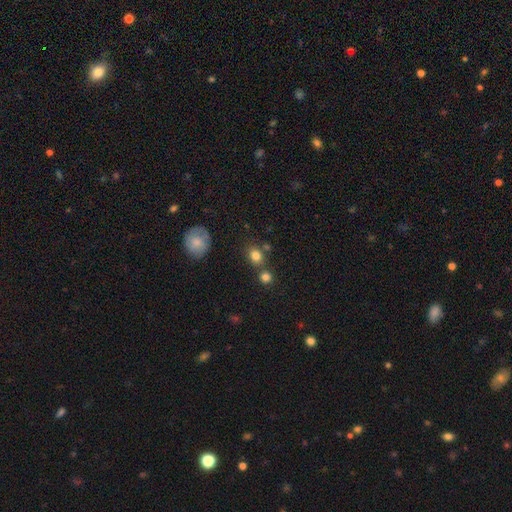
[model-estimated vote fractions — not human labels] Q: Smooth or featured?
A: smooth (80%); runner-up: star or artifact (12%)
Q: How rounded?
A: round (61%); runner-up: in between (37%)
Q: Merging?
A: none (65%); runner-up: merger (20%)